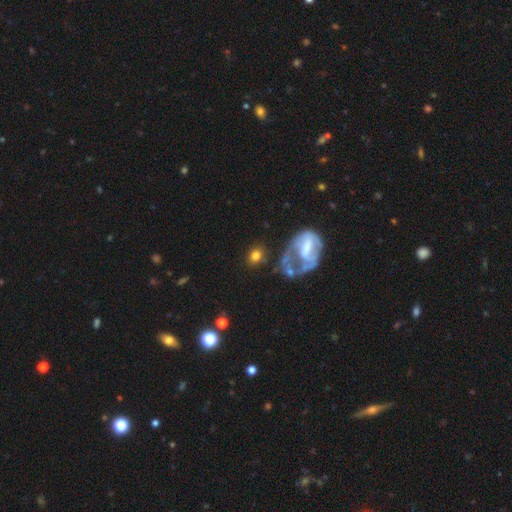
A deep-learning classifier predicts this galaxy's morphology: Smooth or featured? smooth (66%)
How rounded? round (68%)
Merging? none (62%)